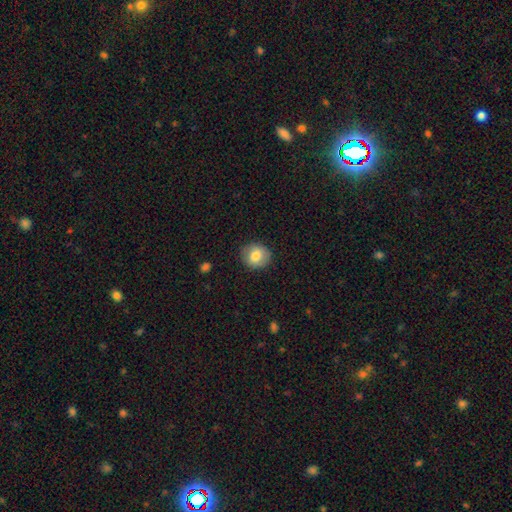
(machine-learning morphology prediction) A smooth galaxy with no disk features (79%) that is round (83%). Merging: none (86%).